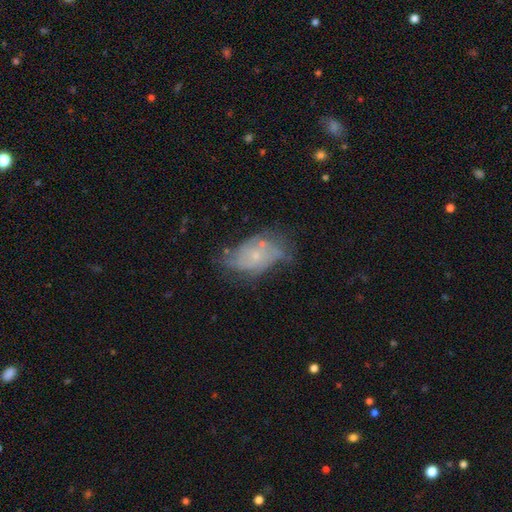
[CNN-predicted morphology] featured or disk 64%, smooth 26%, star or artifact 10%. Down the decision tree: edge-on disk — no (96%); bar — no (82%); spiral arms — yes (70%); bulge size — small (75%); merging — none (45%).